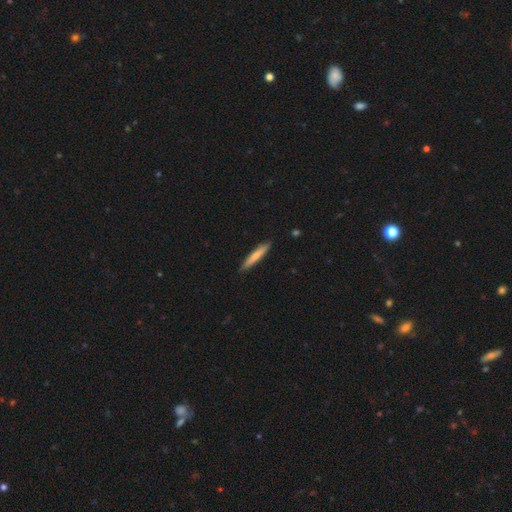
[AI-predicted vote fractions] smooth 70%, featured or disk 25%, star or artifact 5%. Down the decision tree: how rounded — cigar-shaped (93%); merging — none (89%).